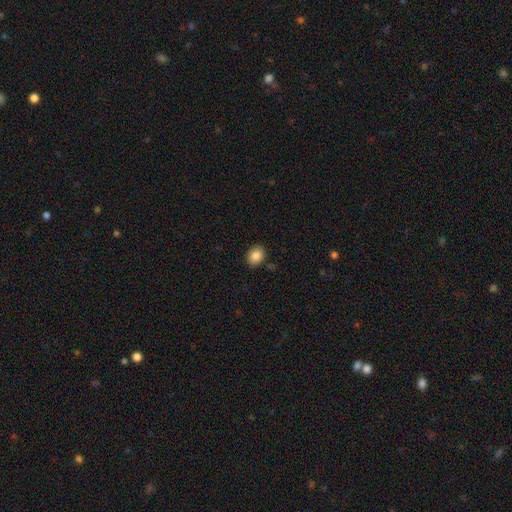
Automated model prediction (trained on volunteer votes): Overall: smooth (87%). How rounded: in between (61%; round 38%). Merging: none (85%).